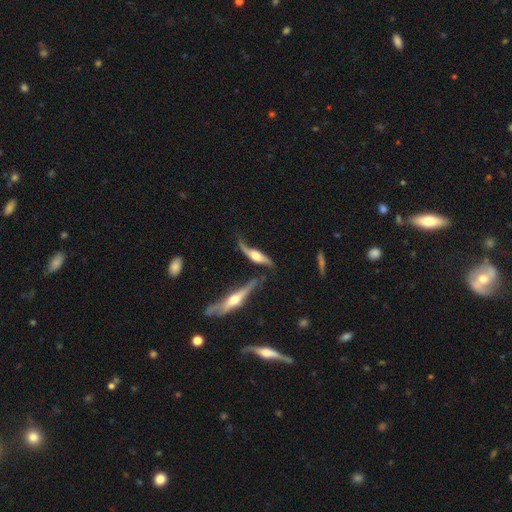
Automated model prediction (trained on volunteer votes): Smooth or featured? featured or disk (78%)
Edge-on disk? yes (50%, tied with no)
Merging? none (43%)